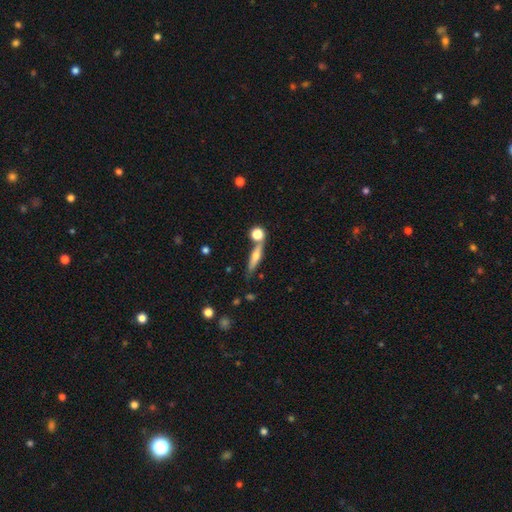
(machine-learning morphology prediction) Q: Smooth or featured?
A: smooth (47%); runner-up: featured or disk (44%)
Q: Merging?
A: none (68%); runner-up: merger (16%)